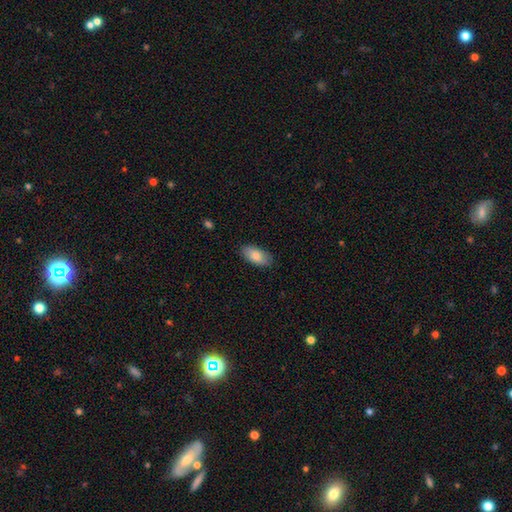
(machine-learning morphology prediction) Smooth or featured? smooth (82%)
How rounded? in between (91%)
Merging? none (86%)